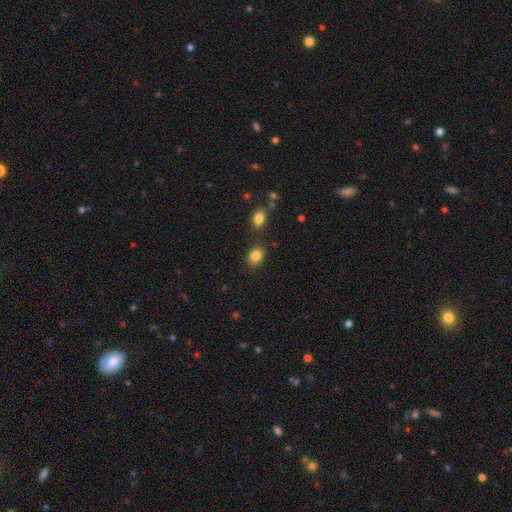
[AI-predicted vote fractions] Smooth or featured: smooth — 84% (star or artifact — 10%)
How rounded: in between — 62% (round — 37%)
Merging: none — 78% (minor disturbance — 12%)